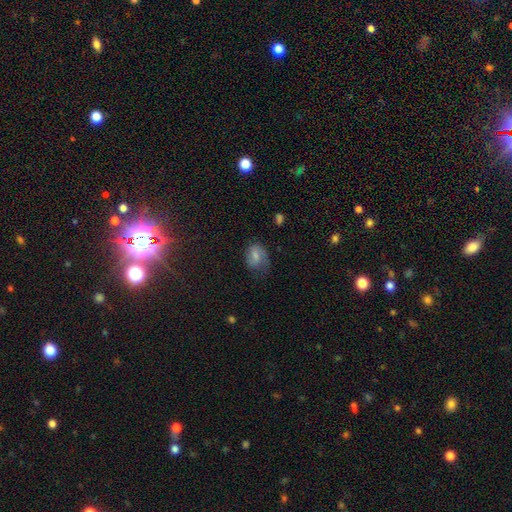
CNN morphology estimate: A smooth galaxy with no disk features (61%) that is in between round and cigar-shaped (66%). Merging: none (50%).